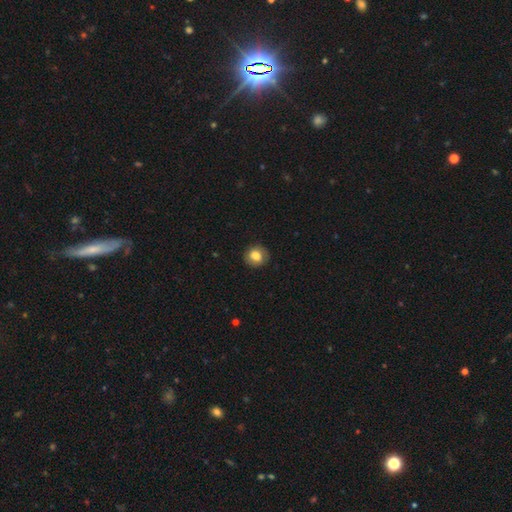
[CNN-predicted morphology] A smooth galaxy with no disk features (77%) that is round (76%).

Vote fractions:
- Smooth or featured? smooth: 77% / featured or disk: 14% / star or artifact: 8%
- How rounded? round: 76% / in between: 23% / cigar-shaped: 1%
- Merging? none: 85% / minor disturbance: 11% / major disturbance: 3% / merger: 1%